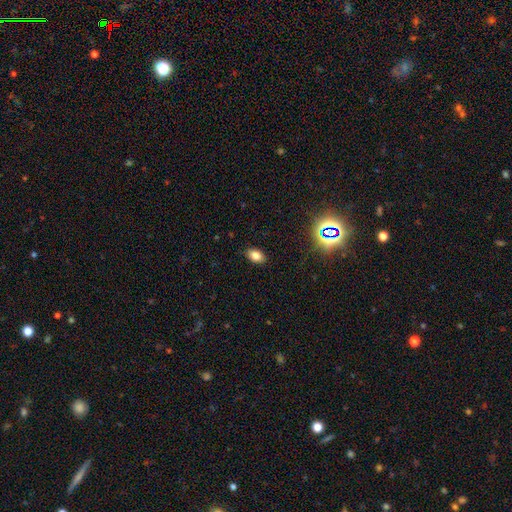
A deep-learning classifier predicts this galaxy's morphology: smooth_or_featured: smooth (p=0.79) [alt: star or artifact p=0.14]
how_rounded: in between (p=0.87) [alt: round p=0.11]
merging: none (p=0.88) [alt: minor disturbance p=0.09]